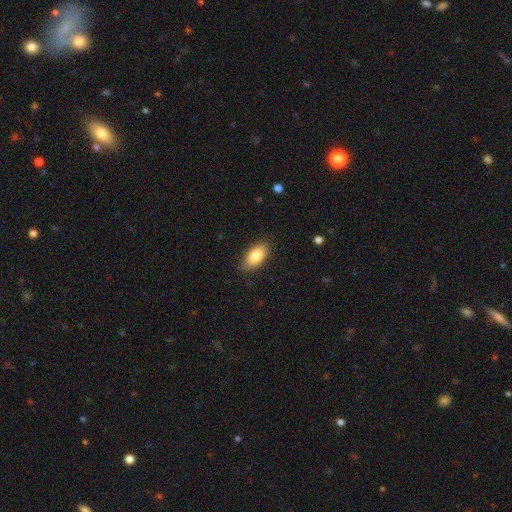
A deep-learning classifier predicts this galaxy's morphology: A smooth galaxy with no disk features (85%) that is in between round and cigar-shaped (91%). Merging: none (82%).